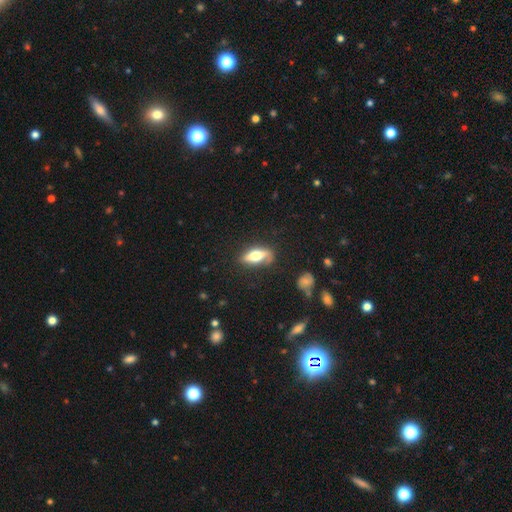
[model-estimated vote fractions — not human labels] Smooth or featured? smooth (60%)
How rounded? in between (69%)
Merging? none (64%)